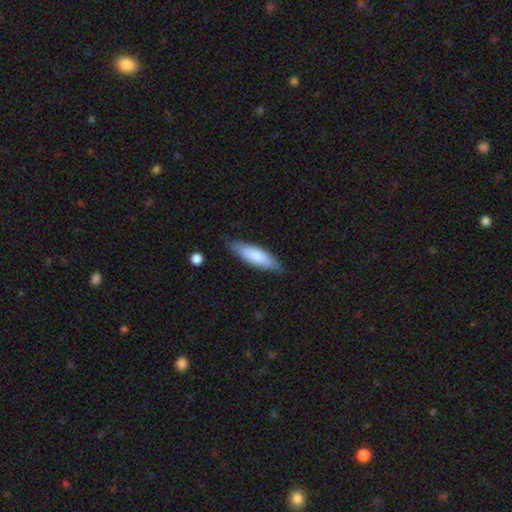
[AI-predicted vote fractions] This is likely a smooth galaxy (79%). How rounded: possibly cigar-shaped (55%). Merging: clearly none (82%).